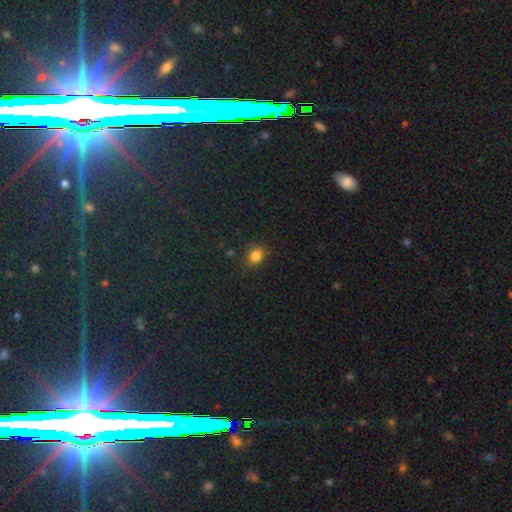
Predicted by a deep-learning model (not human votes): Morphology: type=smooth (80%); roundness=round (52%); merging=none (70%).